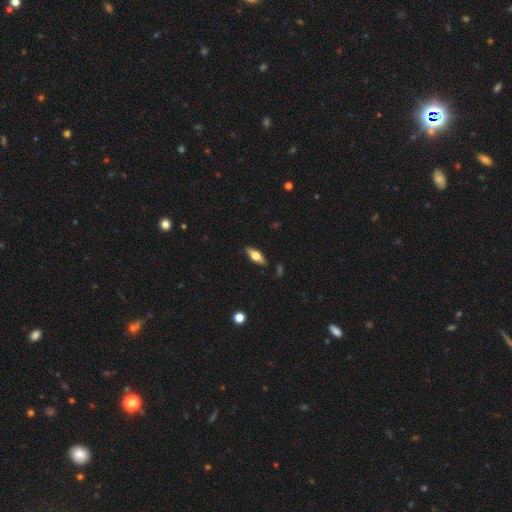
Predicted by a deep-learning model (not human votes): Morphology: type=smooth (55%); roundness=in between (73%); merging=none (86%).